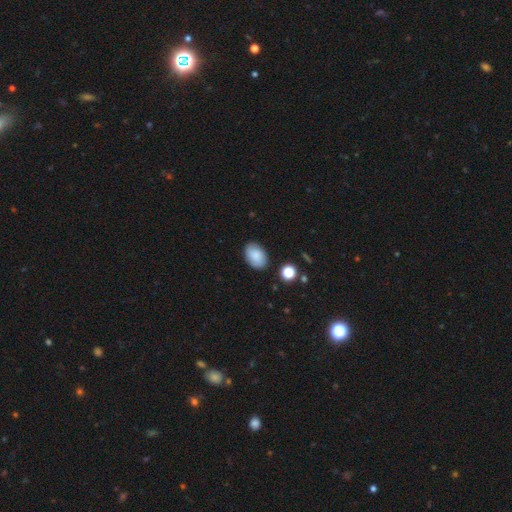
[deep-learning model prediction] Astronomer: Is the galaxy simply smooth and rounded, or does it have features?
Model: smooth — 84%.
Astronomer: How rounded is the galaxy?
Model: in between — 86%.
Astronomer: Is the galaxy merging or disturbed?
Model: none — 83%.